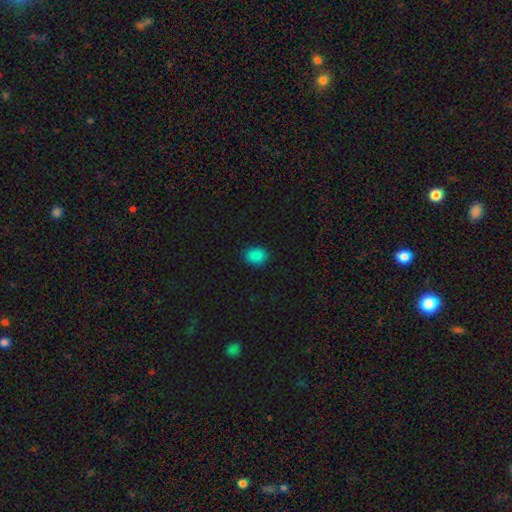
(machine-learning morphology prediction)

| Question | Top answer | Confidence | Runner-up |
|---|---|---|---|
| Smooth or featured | smooth | 85% | star or artifact (12%) |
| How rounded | in between | 53% | round (46%) |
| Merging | none | 87% | minor disturbance (9%) |